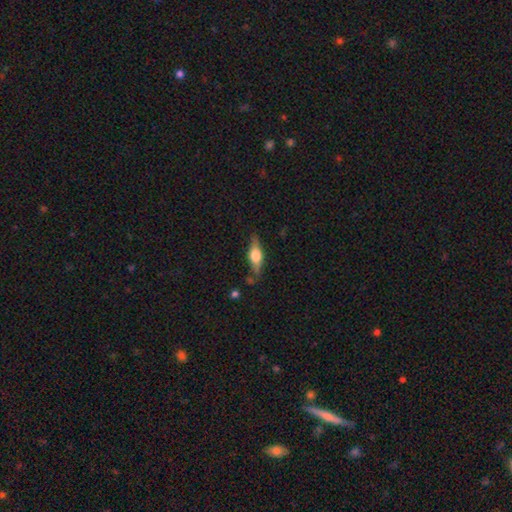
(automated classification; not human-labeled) Q: Smooth or featured?
A: featured or disk (55%); runner-up: smooth (38%)
Q: Edge-on disk?
A: yes (93%); runner-up: no (7%)
Q: Edge-on bulge?
A: rounded (92%); runner-up: boxy (6%)
Q: Merging?
A: none (80%); runner-up: minor disturbance (14%)